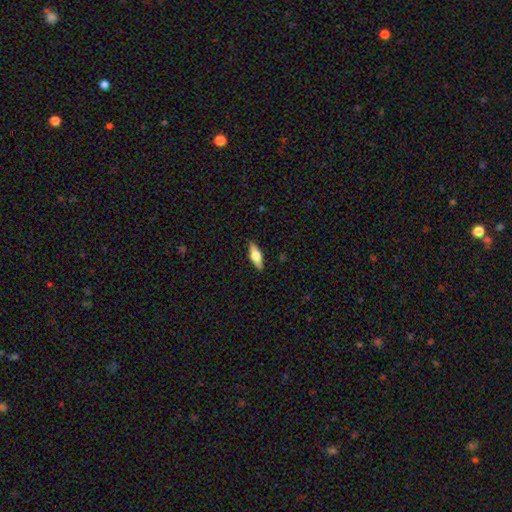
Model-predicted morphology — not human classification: Smooth or featured: featured or disk — 55% (smooth — 38%)
Edge-on disk: yes — 94% (no — 6%)
Edge-on bulge: rounded — 94% (boxy — 5%)
Merging: none — 89% (minor disturbance — 8%)